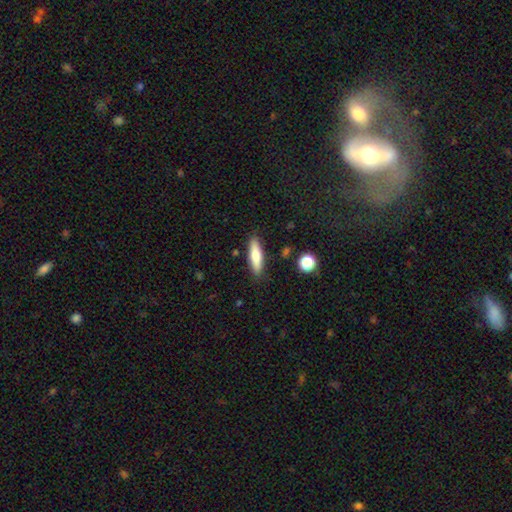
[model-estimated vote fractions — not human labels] Smooth or featured: smooth — 71% (featured or disk — 23%)
How rounded: cigar-shaped — 65% (in between — 33%)
Merging: none — 86% (minor disturbance — 10%)